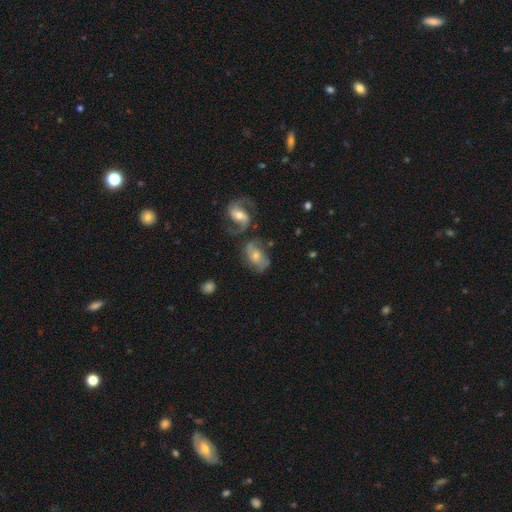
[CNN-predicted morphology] type=featured or disk (72%); edge-on=no (96%); bar=no (49%); spiral arms=yes (89%); winding=medium (45%); arm count=2 (78%); bulge=moderate (50%); merging=none (38%).